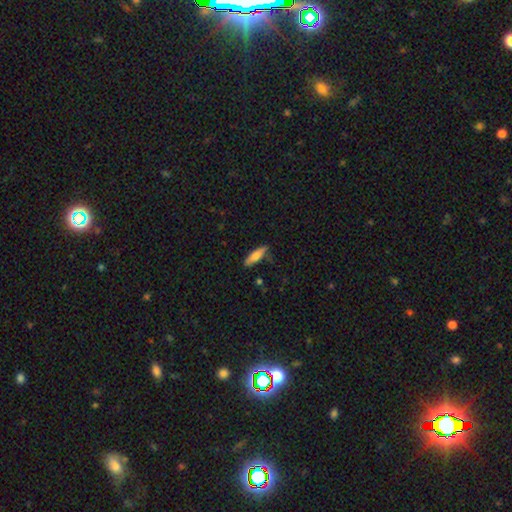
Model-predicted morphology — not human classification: Q: Smooth or featured?
A: smooth (72%); runner-up: featured or disk (22%)
Q: How rounded?
A: cigar-shaped (60%); runner-up: in between (39%)
Q: Merging?
A: none (79%); runner-up: minor disturbance (16%)